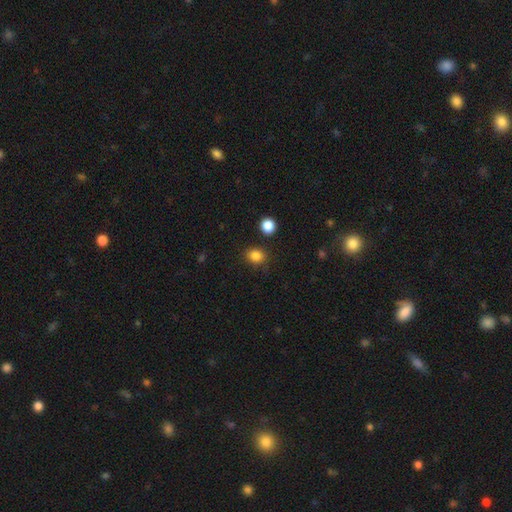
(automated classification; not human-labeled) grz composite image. It shows a smooth galaxy with no disk features (84%) that is round (67%). Merging: none (84%).